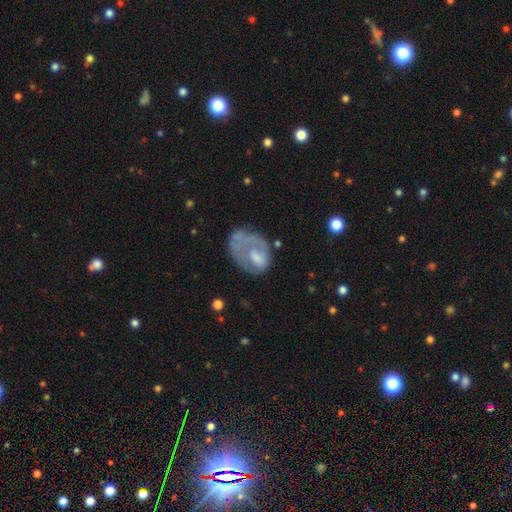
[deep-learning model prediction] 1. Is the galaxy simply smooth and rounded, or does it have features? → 47% featured or disk, 45% smooth, 8% star or artifact.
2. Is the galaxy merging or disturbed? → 37% major disturbance, 35% none, 24% minor disturbance, 4% merger.